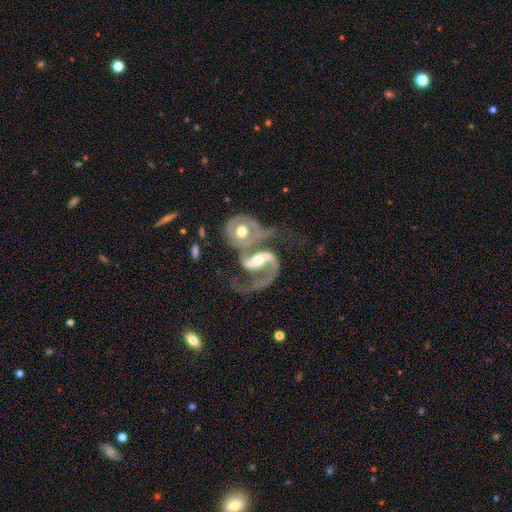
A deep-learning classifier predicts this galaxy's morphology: smooth-or-featured: featured or disk: 87% | star or artifact: 7% | smooth: 7%
  disk-edge-on: no: 97% | yes: 3%
    bar: no: 39% | weak: 38% | strong: 23%
    has-spiral-arms: yes: 93% | no: 7%
      spiral-winding: medium: 49% | loose: 32% | tight: 19%
      spiral-arm-count: 2: 75% | 1: 16% | can't tell: 5% | 3: 2% | 4: 1% | more than 4: 1%
    bulge-size: moderate: 53% | small: 35% | large: 6% | none: 4% | dominant: 2%
  merging: merger: 59% | none: 19% | major disturbance: 14% | minor disturbance: 8%